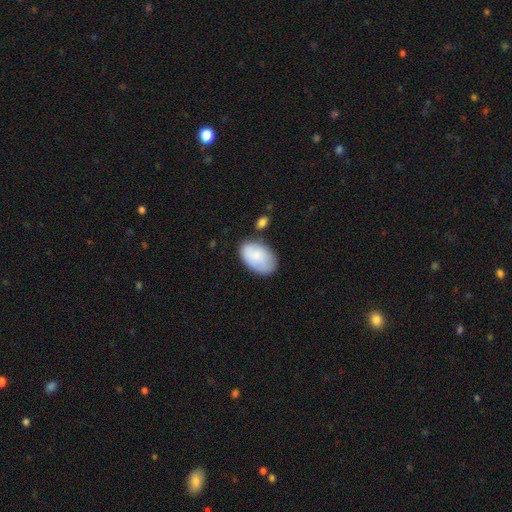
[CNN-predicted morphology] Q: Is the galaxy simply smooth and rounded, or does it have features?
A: smooth — 82%.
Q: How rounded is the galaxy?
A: in between — 93%.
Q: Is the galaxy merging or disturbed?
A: none — 67%.